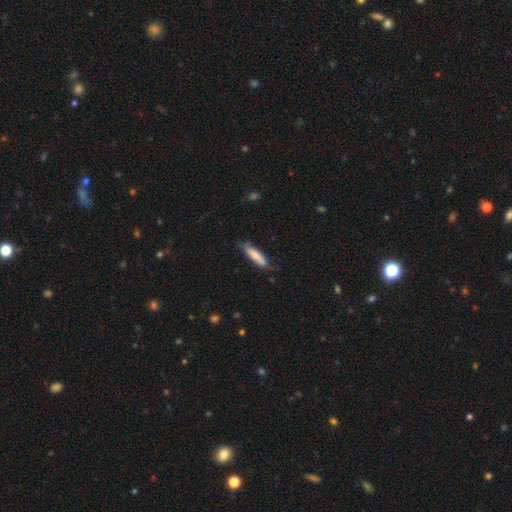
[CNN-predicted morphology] Smooth or featured? smooth (76%)
How rounded? cigar-shaped (77%)
Merging? none (72%)